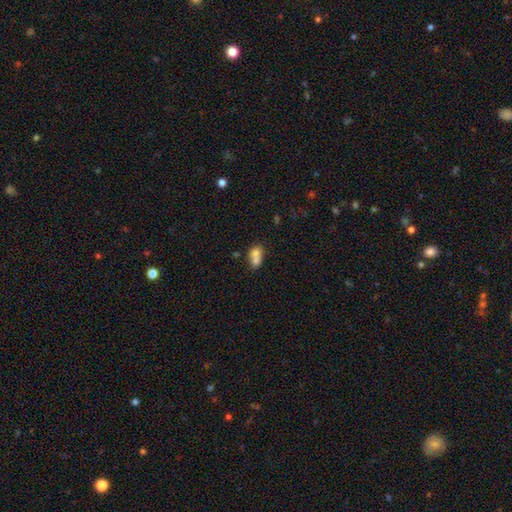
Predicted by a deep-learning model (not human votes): Morphology: type=smooth (71%); roundness=in between (58%); merging=merger (66%).